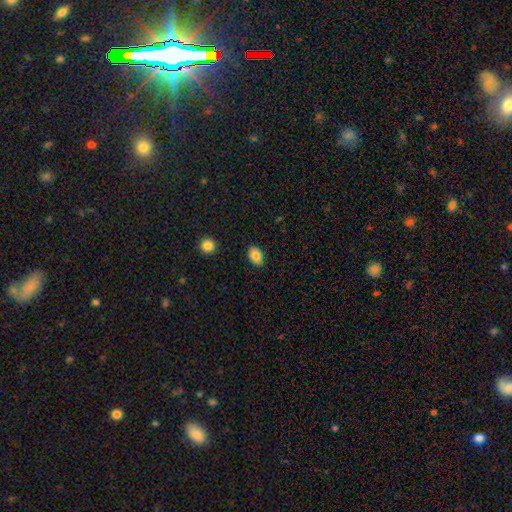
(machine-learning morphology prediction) A smooth galaxy with no disk features (82%) that is in between round and cigar-shaped (89%). Merging: none (86%).